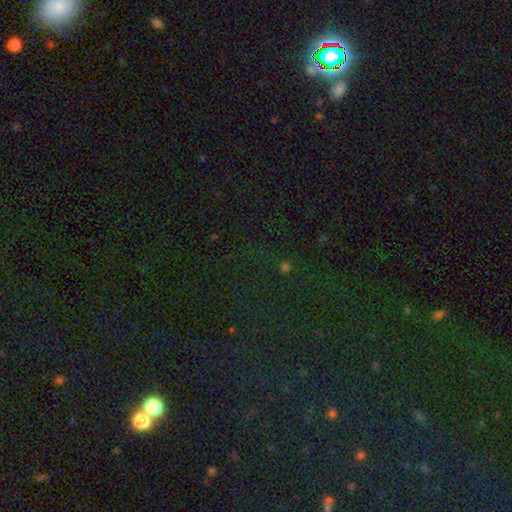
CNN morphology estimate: type=star or artifact (76%).